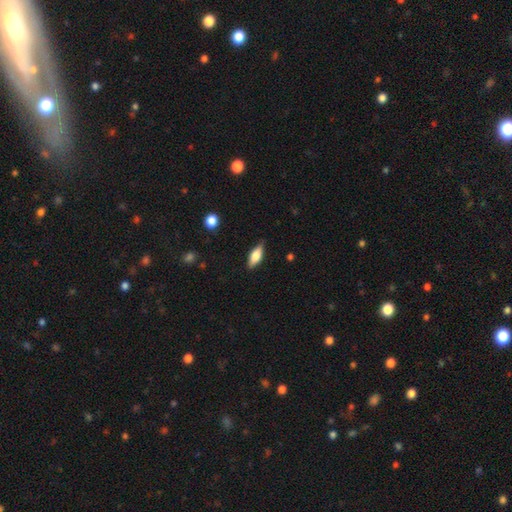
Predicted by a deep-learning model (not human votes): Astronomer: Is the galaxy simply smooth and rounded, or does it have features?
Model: smooth — 65%.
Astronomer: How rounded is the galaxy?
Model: in between — 71%.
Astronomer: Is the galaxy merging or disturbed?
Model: none — 81%.